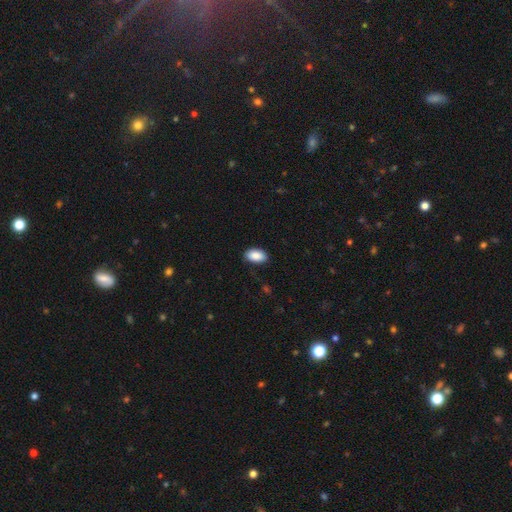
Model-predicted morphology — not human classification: Overall: smooth (89%). How rounded: in between (94%). Merging: none (87%).